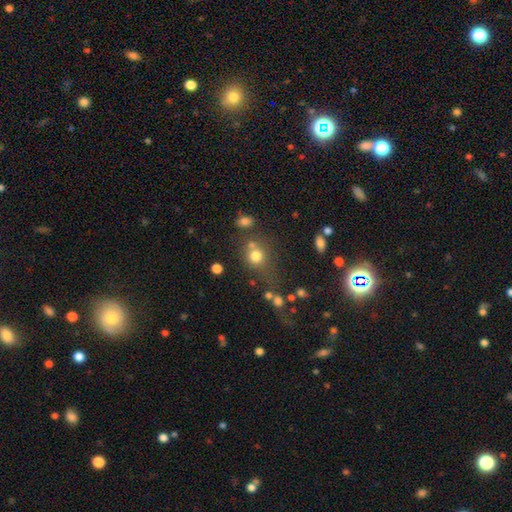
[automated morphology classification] Overall: smooth (74%). How rounded: round (80%). Merging: none (51%; merger 24%).